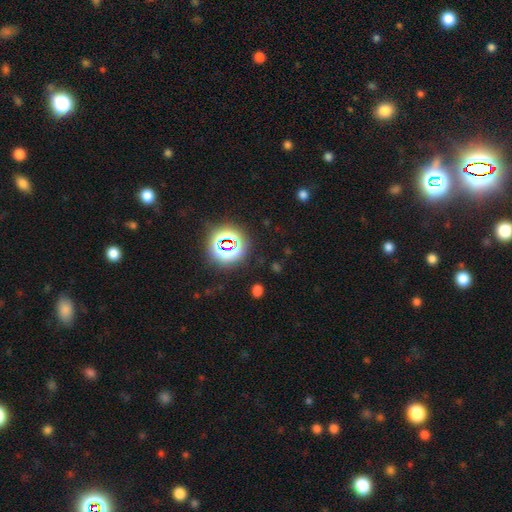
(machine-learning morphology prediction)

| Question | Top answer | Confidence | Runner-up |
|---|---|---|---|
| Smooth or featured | star or artifact | 81% | smooth (13%) |